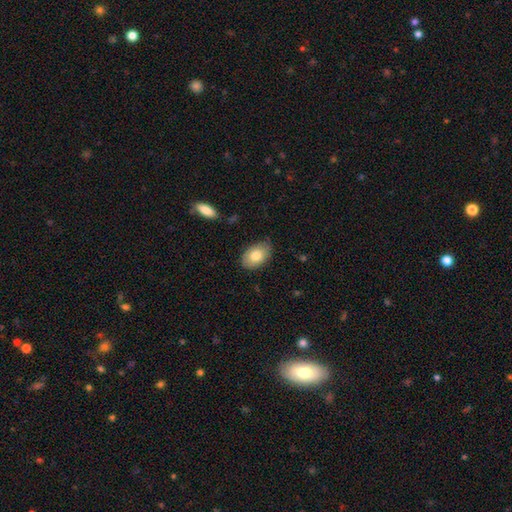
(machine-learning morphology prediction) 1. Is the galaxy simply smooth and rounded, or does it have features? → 79% smooth, 14% featured or disk, 7% star or artifact.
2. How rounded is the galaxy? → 89% in between, 10% round, 1% cigar-shaped.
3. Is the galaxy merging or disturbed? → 80% none, 16% minor disturbance, 3% major disturbance, 1% merger.